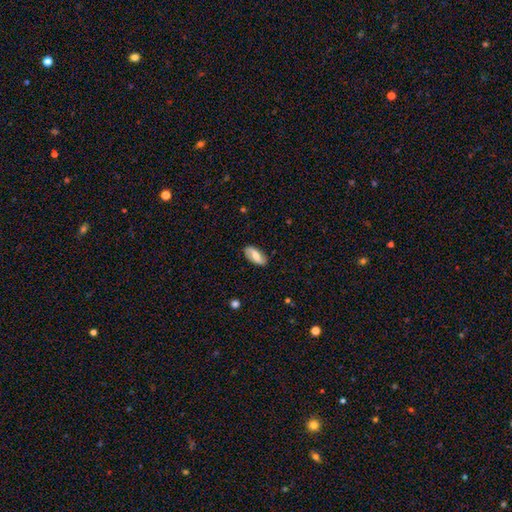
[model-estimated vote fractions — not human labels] A featured or disk galaxy (48%).

Vote fractions:
- Smooth or featured? featured or disk: 48% / smooth: 45% / star or artifact: 6%
- Merging? none: 83% / minor disturbance: 13% / major disturbance: 3% / merger: 1%